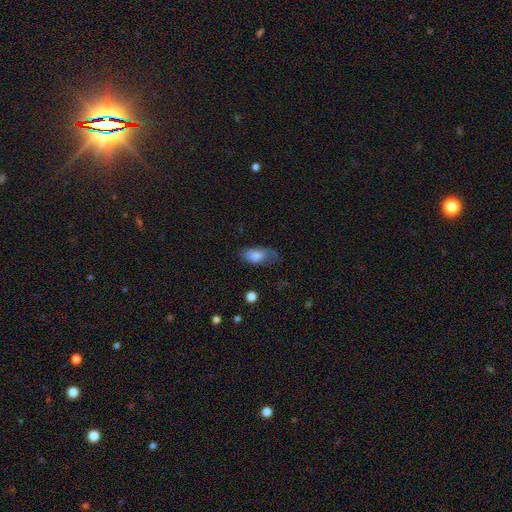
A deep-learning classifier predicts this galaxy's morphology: The model was most divided on "merging": none: 47%, minor disturbance: 31%, major disturbance: 19%, merger: 2%. More confident: how rounded — in between (89%); smooth or featured — smooth (77%).